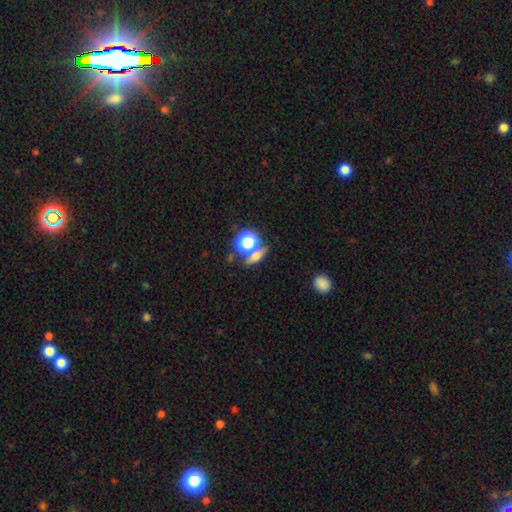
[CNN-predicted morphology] Smooth or featured: smooth — 54% (featured or disk — 25%)
How rounded: round — 38% (in between — 32%)
Merging: none — 67% (merger — 19%)